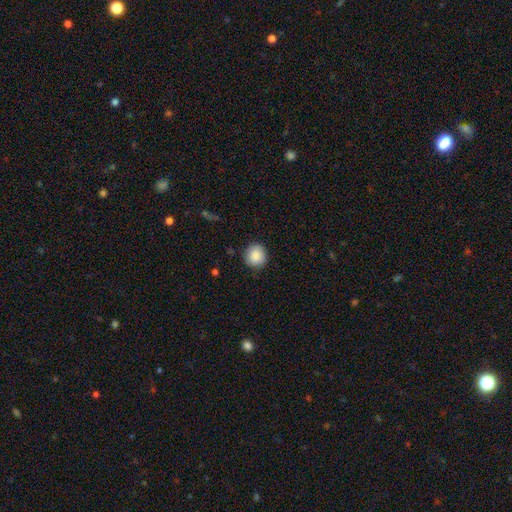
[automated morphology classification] Smooth or featured: smooth — 88% (star or artifact — 7%)
How rounded: round — 92% (in between — 8%)
Merging: none — 87% (minor disturbance — 10%)